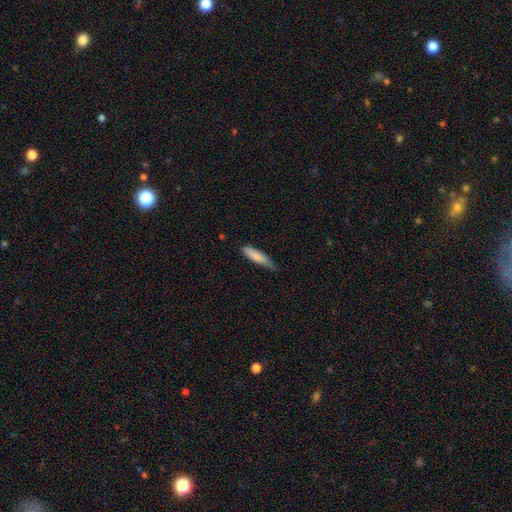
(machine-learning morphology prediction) Smooth or featured?
  - smooth: 82% *
  - featured or disk: 13%
  - star or artifact: 6%
How rounded?
  - cigar-shaped: 66% *
  - in between: 33%
  - round: 1%
Merging?
  - none: 56% *
  - minor disturbance: 37%
  - major disturbance: 5%
  - merger: 2%